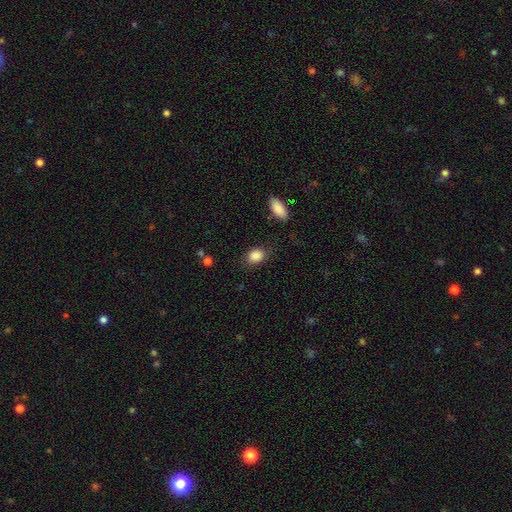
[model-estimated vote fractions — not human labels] smooth_or_featured: smooth (p=0.87) [alt: star or artifact p=0.08]
how_rounded: in between (p=0.63) [alt: round p=0.36]
merging: none (p=0.77) [alt: minor disturbance p=0.15]